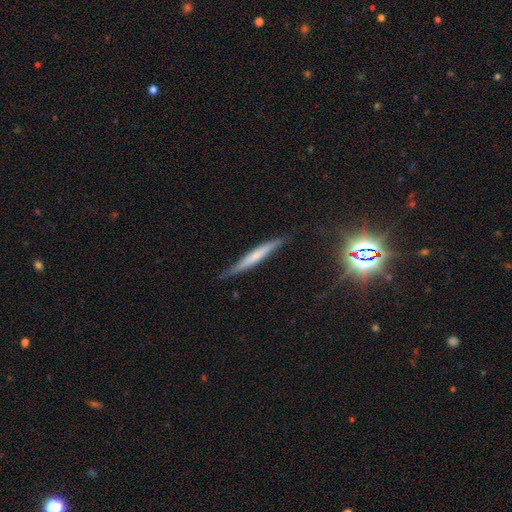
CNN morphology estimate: smooth-or-featured: smooth: 48% | featured or disk: 45% | star or artifact: 8%
  merging: none: 80% | minor disturbance: 16% | major disturbance: 3% | merger: 2%